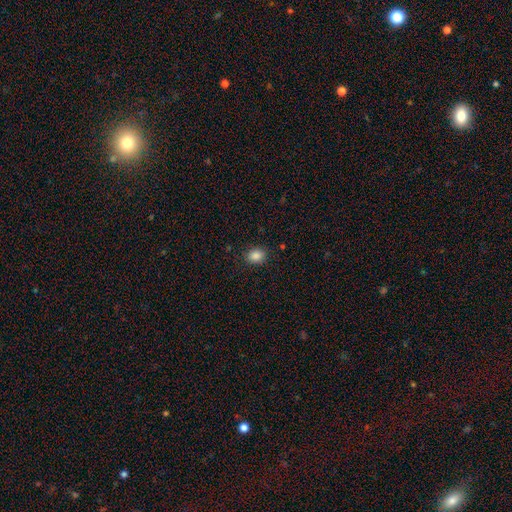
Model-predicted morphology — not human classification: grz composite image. It shows a smooth galaxy with no disk features (87%) that is in between round and cigar-shaped (55%). Merging: none (88%).